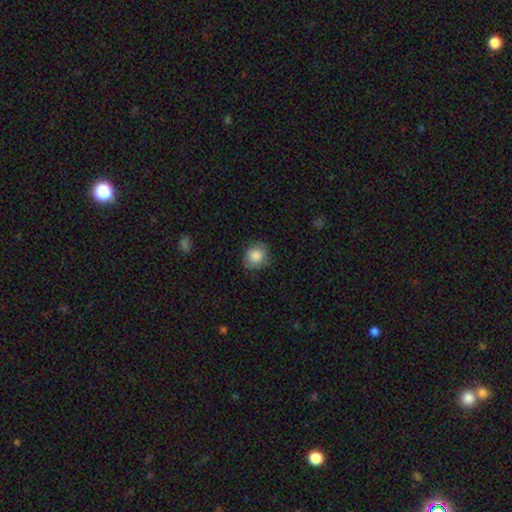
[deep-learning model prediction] Morphology: type=smooth (86%); roundness=round (83%); merging=none (77%).